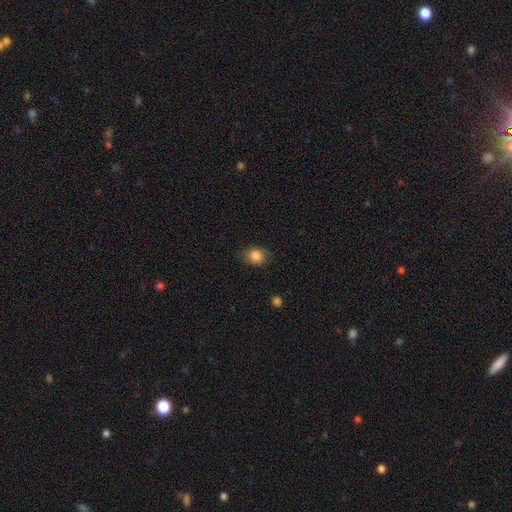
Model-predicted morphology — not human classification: Smooth or featured? Predicted: smooth (p=0.84). How rounded? Predicted: round (p=0.54). Merging? Predicted: none (p=0.82).